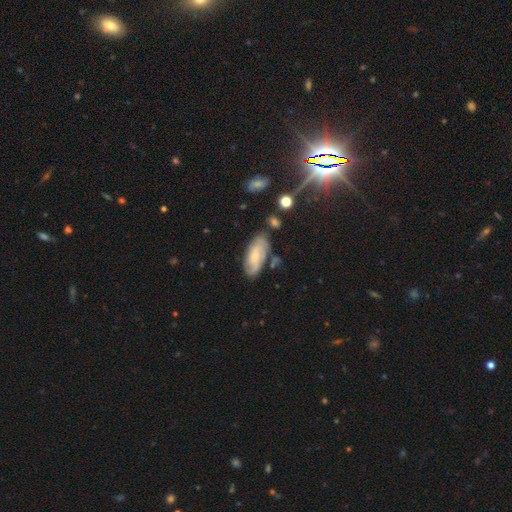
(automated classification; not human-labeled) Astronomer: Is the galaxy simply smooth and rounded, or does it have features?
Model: featured or disk — 53% (runner-up: smooth, 39%).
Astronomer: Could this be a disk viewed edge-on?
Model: no — 89%.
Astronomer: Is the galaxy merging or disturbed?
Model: none — 67%.